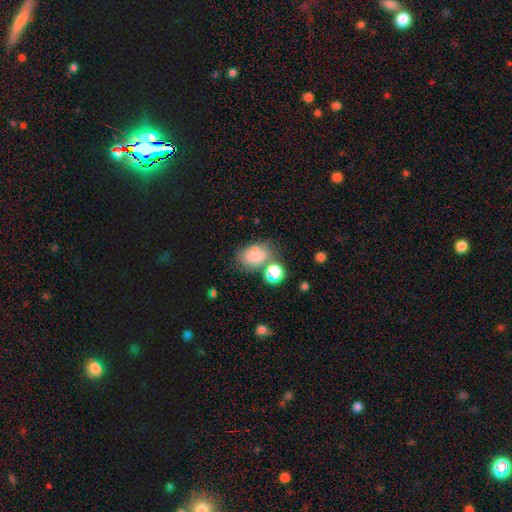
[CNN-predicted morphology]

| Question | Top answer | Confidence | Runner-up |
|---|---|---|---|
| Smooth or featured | smooth | 72% | featured or disk (15%) |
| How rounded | in between | 73% | round (25%) |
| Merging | none | 50% | minor disturbance (20%) |